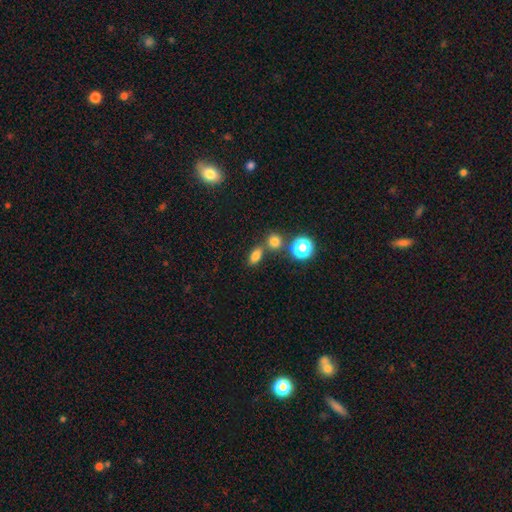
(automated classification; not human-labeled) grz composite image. It shows a smooth galaxy with no disk features (77%) that is in between round and cigar-shaped (72%). Merging: none (64%).